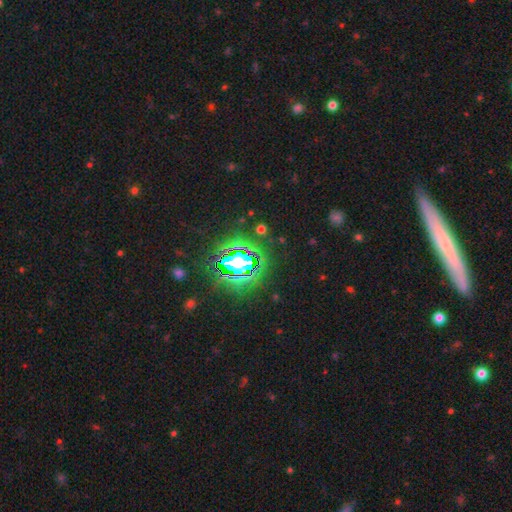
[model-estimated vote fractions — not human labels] A star or artifact, not a galaxy (74%).